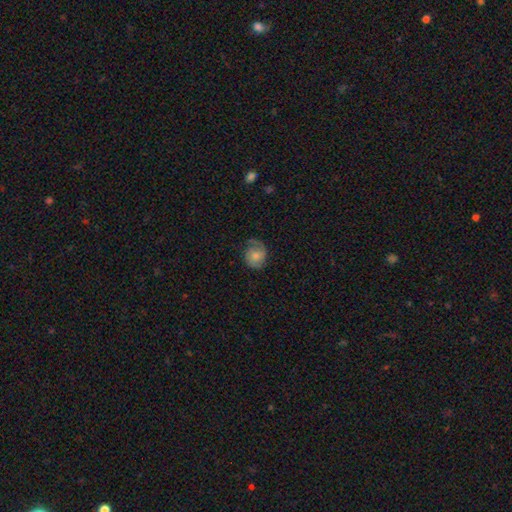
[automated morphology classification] featured or disk 60%, smooth 33%, star or artifact 7%. Down the decision tree: edge-on disk — no (98%); bar — no (69%); spiral arms — yes (91%); spiral arm count — 2 (72%); spiral winding — medium (43%); bulge size — moderate (49%); merging — none (66%).